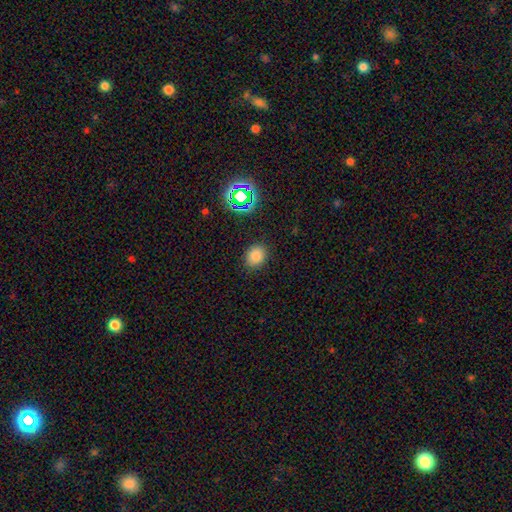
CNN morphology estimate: Smooth or featured? Predicted: smooth (p=0.79). How rounded? Predicted: round (p=0.59). Merging? Predicted: none (p=0.86).